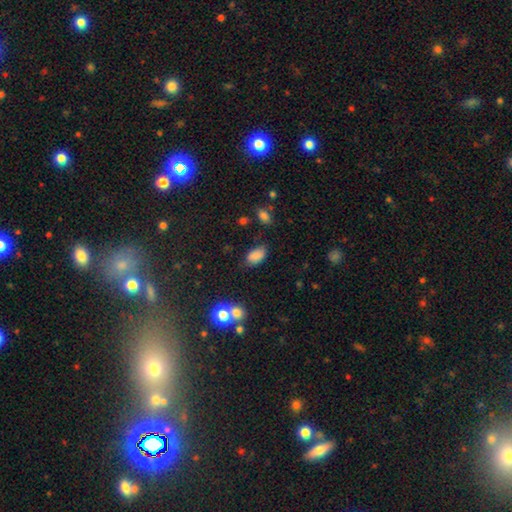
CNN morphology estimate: Smooth or featured?
  - smooth: 84% *
  - star or artifact: 10%
  - featured or disk: 6%
How rounded?
  - in between: 92% *
  - round: 7%
  - cigar-shaped: 2%
Merging?
  - none: 71% *
  - minor disturbance: 21%
  - major disturbance: 5%
  - merger: 4%